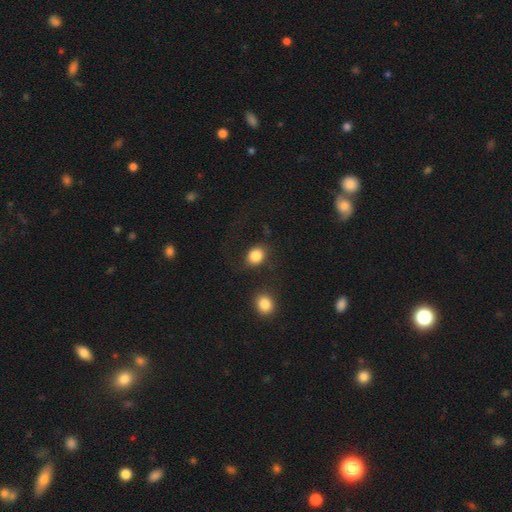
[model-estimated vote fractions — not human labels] Smooth or featured?
  - smooth: 85% *
  - star or artifact: 9%
  - featured or disk: 6%
How rounded?
  - round: 55% *
  - in between: 44%
  - cigar-shaped: 1%
Merging?
  - none: 72% *
  - minor disturbance: 14%
  - major disturbance: 8%
  - merger: 6%